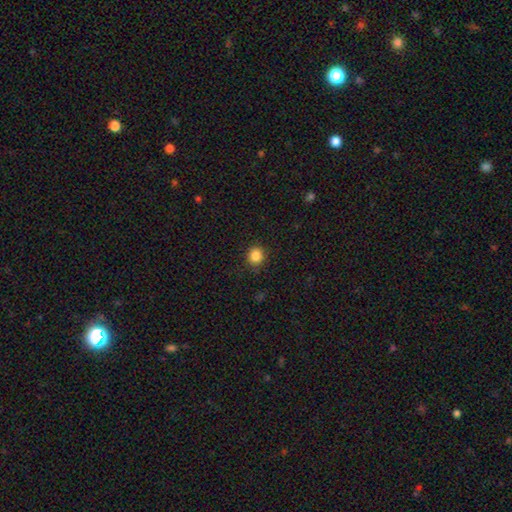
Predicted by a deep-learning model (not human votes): smooth 86%, star or artifact 11%, featured or disk 3%. Down the decision tree: how rounded — round (87%); merging — none (89%).